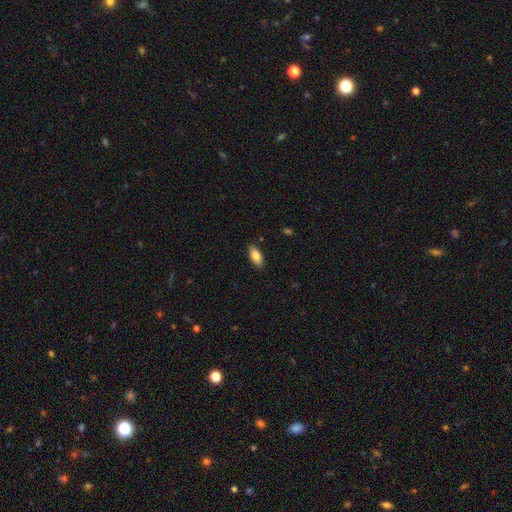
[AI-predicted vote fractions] Morphology: type=smooth (84%); roundness=in between (89%); merging=none (88%).